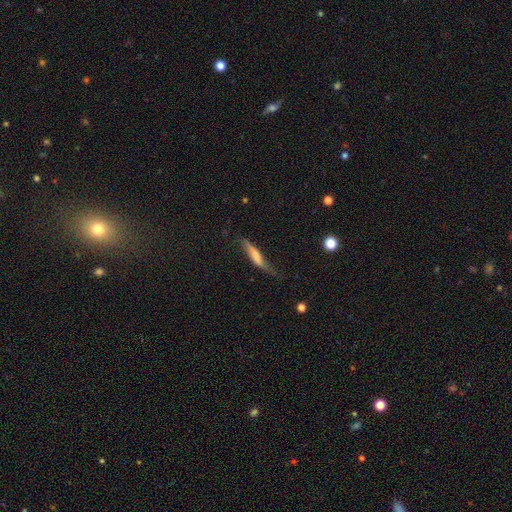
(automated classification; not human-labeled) Smooth or featured? Predicted: smooth (p=0.53). How rounded? Predicted: cigar-shaped (p=0.83). Merging? Predicted: none (p=0.49).